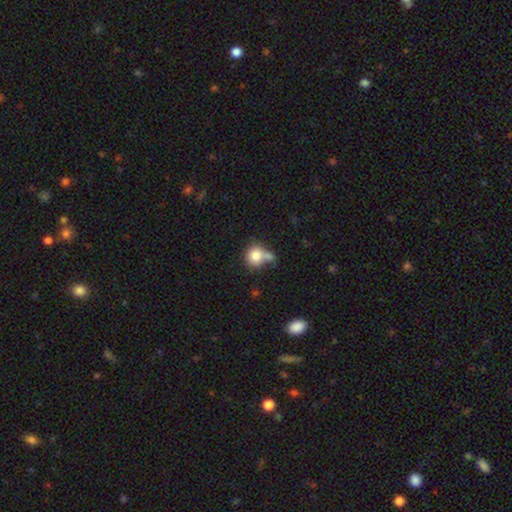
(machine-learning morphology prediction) Smooth or featured? Predicted: smooth (p=0.80). How rounded? Predicted: round (p=0.80). Merging? Predicted: none (p=0.41).